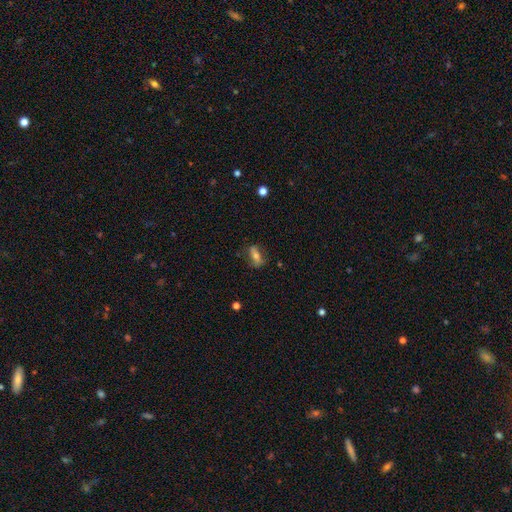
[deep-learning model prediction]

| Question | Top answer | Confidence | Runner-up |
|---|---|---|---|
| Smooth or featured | smooth | 49% | featured or disk (42%) |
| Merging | none | 71% | minor disturbance (20%) |